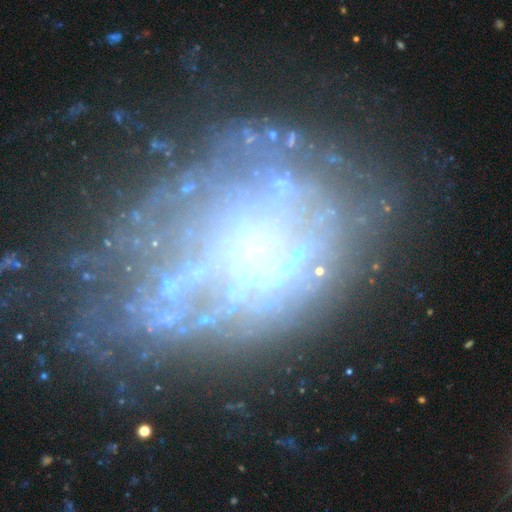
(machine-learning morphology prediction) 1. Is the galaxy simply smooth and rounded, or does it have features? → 60% featured or disk, 20% star or artifact, 20% smooth.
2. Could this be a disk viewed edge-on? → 95% no, 5% yes.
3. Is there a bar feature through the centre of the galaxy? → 87% no, 9% weak, 4% strong.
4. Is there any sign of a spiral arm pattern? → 78% no, 22% yes.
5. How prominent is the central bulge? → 63% none, 22% small, 10% moderate, 3% large, 2% dominant.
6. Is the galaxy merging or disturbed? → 53% none, 21% major disturbance, 20% minor disturbance, 6% merger.